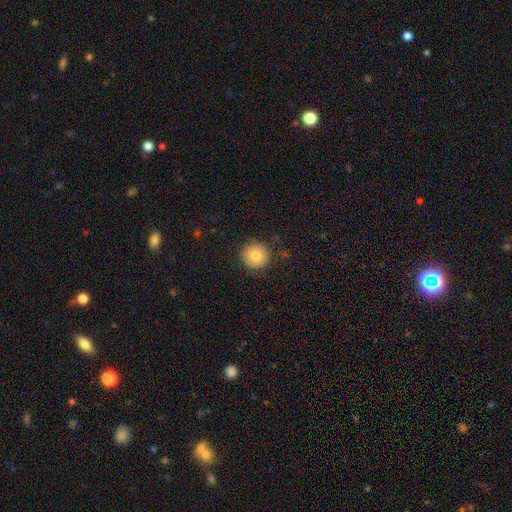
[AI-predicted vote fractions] A smooth galaxy with no disk features (81%) that is round (95%).

Vote fractions:
- Smooth or featured? smooth: 81% / featured or disk: 10% / star or artifact: 10%
- How rounded? round: 95% / in between: 4% / cigar-shaped: 1%
- Merging? none: 89% / minor disturbance: 8% / major disturbance: 2% / merger: 1%